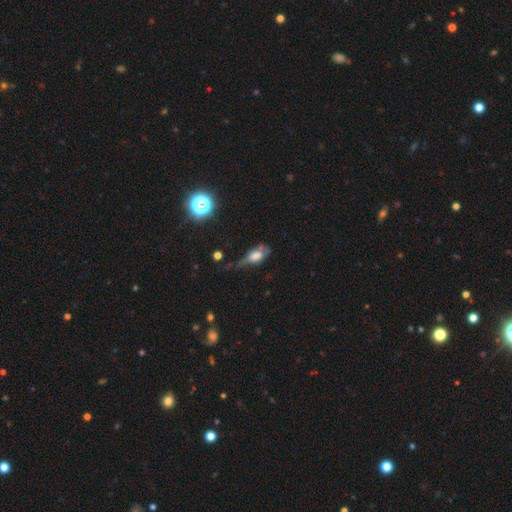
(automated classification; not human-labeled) Smooth or featured? Predicted: smooth (p=0.51). How rounded? Predicted: in between (p=0.78). Merging? Predicted: major disturbance (p=0.38).